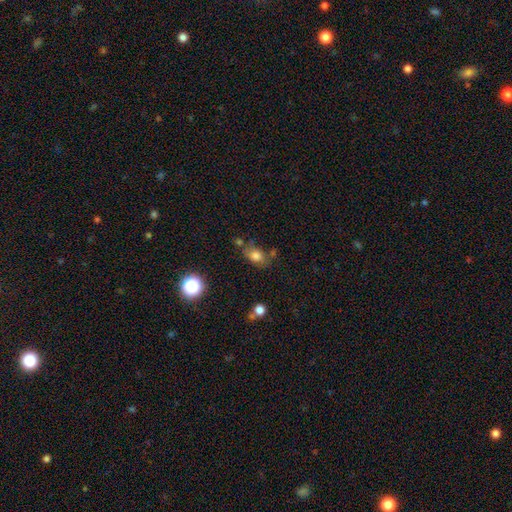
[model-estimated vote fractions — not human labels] This is likely a smooth galaxy (76%). How rounded: likely in between (69%). Merging: possibly none (58%).